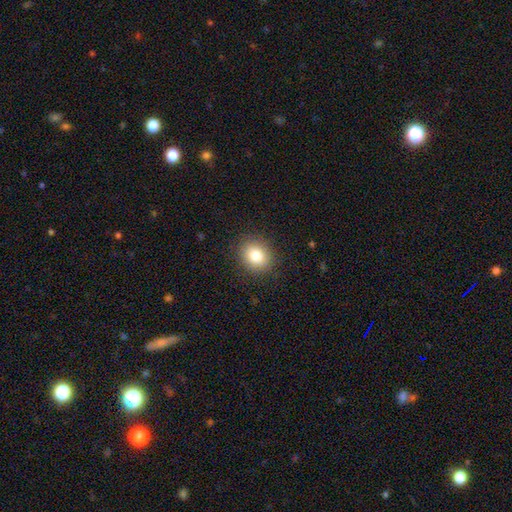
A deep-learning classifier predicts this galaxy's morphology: smooth 83%, star or artifact 10%, featured or disk 8%. Down the decision tree: how rounded — round (65%); merging — none (89%).